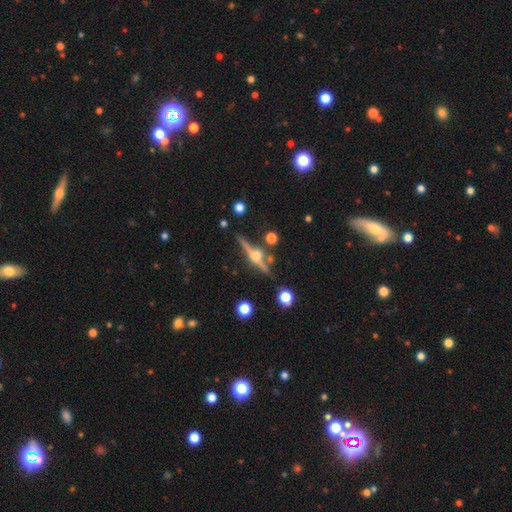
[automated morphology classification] smooth-or-featured: featured or disk: 81% | smooth: 11% | star or artifact: 8%
  disk-edge-on: yes: 97% | no: 3%
    edge-on-bulge: rounded: 92% | boxy: 5% | none: 2%
  merging: none: 82% | minor disturbance: 11% | merger: 5% | major disturbance: 3%